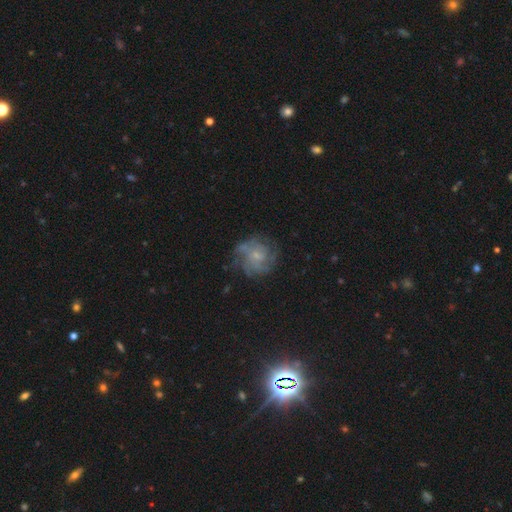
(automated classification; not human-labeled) A featured or disk galaxy (72%) with no bar (73%), tight (50%) spiral arms (89%) and a small central bulge (66%).

Vote fractions:
- Smooth or featured? featured or disk: 72% / smooth: 18% / star or artifact: 10%
- Edge-on disk? no: 98% / yes: 2%
- Bar? no: 73% / weak: 24% / strong: 3%
- Spiral arms? yes: 89% / no: 11%
- Spiral winding? tight: 50% / medium: 37% / loose: 13%
- Spiral arm count? can't tell: 36% / 4: 20% / 3: 20% / 2: 11% / more than 4: 8% / 1: 6%
- Bulge size? small: 66% / moderate: 23% / none: 8% / large: 2% / dominant: 1%
- Merging? none: 68% / minor disturbance: 18% / major disturbance: 11% / merger: 2%